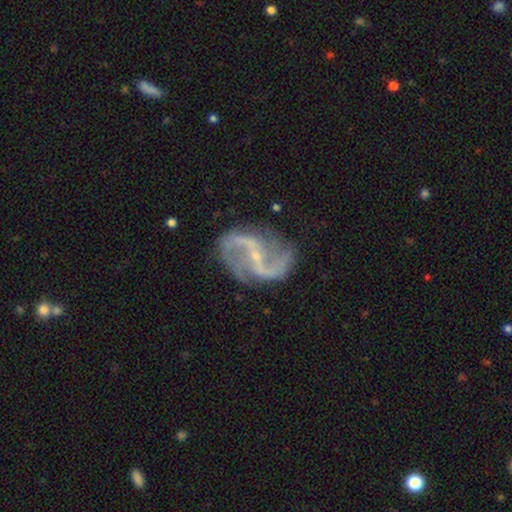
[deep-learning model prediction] Smooth or featured?
  - featured or disk: 91% *
  - star or artifact: 5%
  - smooth: 4%
Edge-on disk?
  - no: 98% *
  - yes: 2%
Bar?
  - weak: 39% *
  - strong: 35%
  - no: 26%
Spiral arms?
  - yes: 96% *
  - no: 4%
Spiral winding?
  - loose: 65% *
  - medium: 27%
  - tight: 7%
Spiral arm count?
  - 2: 93% *
  - can't tell: 2%
  - 3: 1%
  - 1: 1%
  - 4: 1%
  - more than 4: 1%
Bulge size?
  - small: 80% *
  - moderate: 12%
  - none: 6%
  - large: 1%
  - dominant: 1%
Merging?
  - none: 76% *
  - minor disturbance: 15%
  - major disturbance: 6%
  - merger: 2%